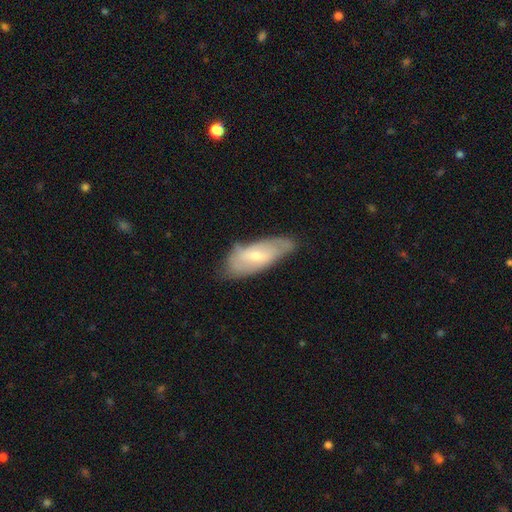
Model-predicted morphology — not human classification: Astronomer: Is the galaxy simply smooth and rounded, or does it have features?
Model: featured or disk — 53% (runner-up: smooth, 40%).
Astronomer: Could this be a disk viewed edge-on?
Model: no — 84%.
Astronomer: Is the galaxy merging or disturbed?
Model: none — 64%.